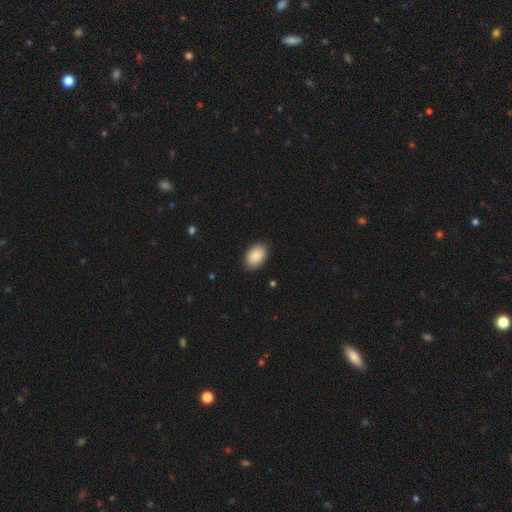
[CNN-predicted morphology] Q: Smooth or featured?
A: smooth (88%); runner-up: star or artifact (7%)
Q: How rounded?
A: in between (87%); runner-up: round (12%)
Q: Merging?
A: none (89%); runner-up: minor disturbance (8%)